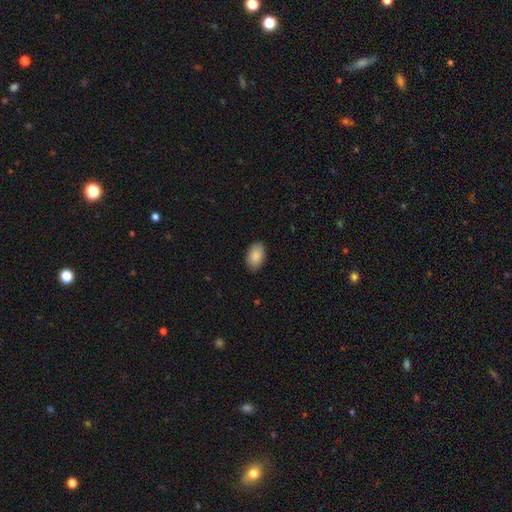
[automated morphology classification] This appears to be a smooth galaxy with no disk features (89%) that is in between round and cigar-shaped (93%). Merging: none (88%).